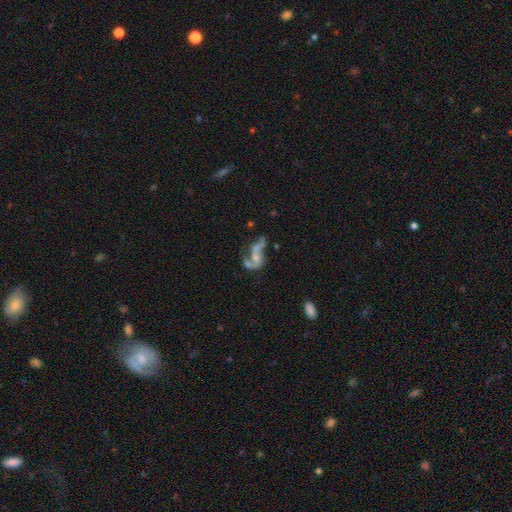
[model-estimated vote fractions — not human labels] Smooth or featured: featured or disk — 61% (smooth — 26%)
Edge-on disk: no — 95% (yes — 5%)
Bar: no — 70% (weak — 22%)
Spiral arms: no — 51% (yes — 49%)
Bulge size: none — 36% (small — 34%)
Merging: merger — 44% (major disturbance — 25%)